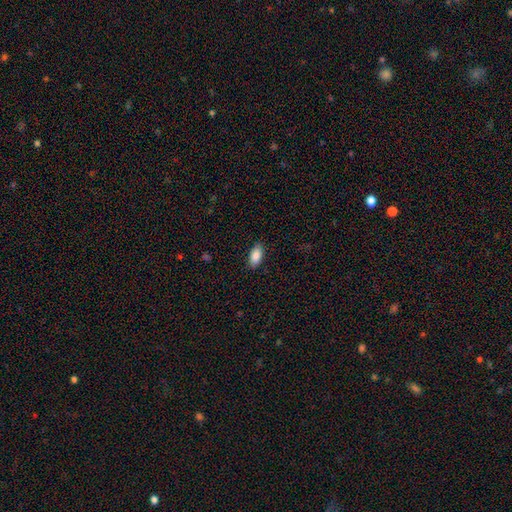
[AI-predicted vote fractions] Smooth or featured? Predicted: smooth (p=0.87). How rounded? Predicted: in between (p=0.92). Merging? Predicted: none (p=0.87).